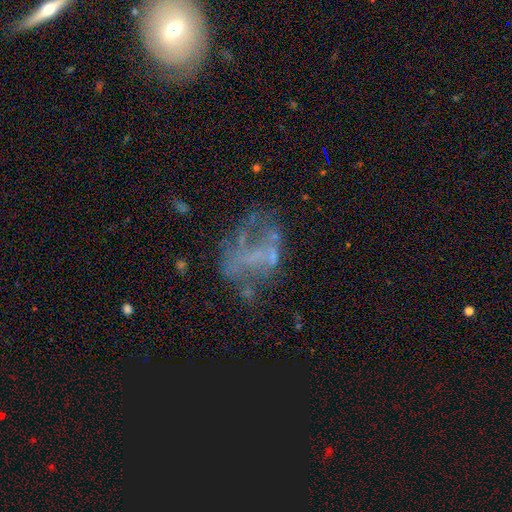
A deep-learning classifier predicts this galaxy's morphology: Smooth or featured?
  - featured or disk: 57% *
  - star or artifact: 24%
  - smooth: 19%
Edge-on disk?
  - no: 97% *
  - yes: 3%
Bar?
  - no: 80% *
  - weak: 13%
  - strong: 7%
Spiral arms?
  - no: 82% *
  - yes: 18%
Bulge size?
  - none: 78% *
  - small: 13%
  - moderate: 6%
  - large: 2%
  - dominant: 1%
Merging?
  - none: 40% *
  - major disturbance: 33%
  - minor disturbance: 18%
  - merger: 10%